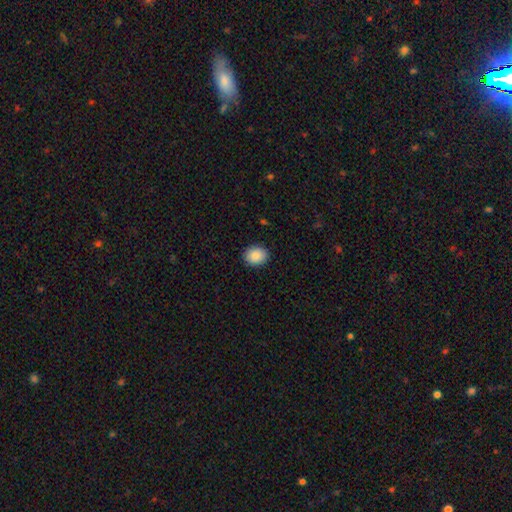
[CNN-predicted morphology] The model was most divided on "how rounded": round: 52%, in between: 47%, cigar-shaped: 1%. More confident: merging — none (90%); smooth or featured — smooth (88%).